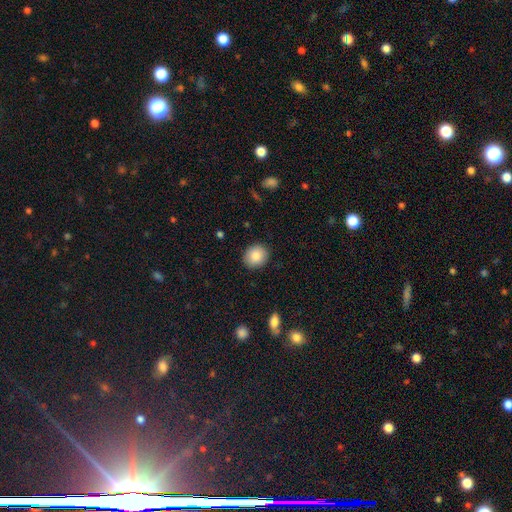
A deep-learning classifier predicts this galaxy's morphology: The model was most divided on "how rounded": round: 72%, in between: 27%, cigar-shaped: 1%. More confident: merging — none (90%); smooth or featured — smooth (86%).